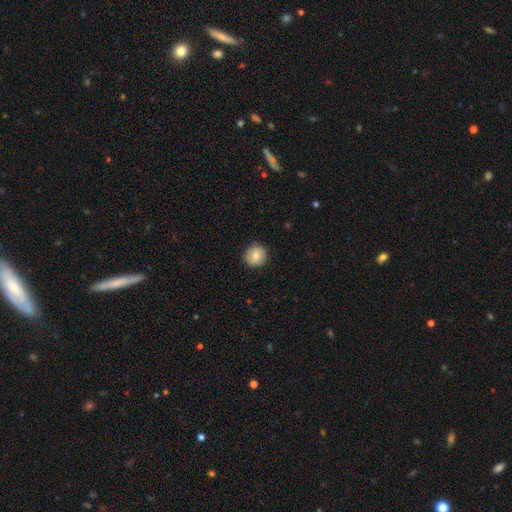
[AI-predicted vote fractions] Smooth or featured?
  - smooth: 78% *
  - featured or disk: 14%
  - star or artifact: 8%
How rounded?
  - round: 93% *
  - in between: 6%
  - cigar-shaped: 1%
Merging?
  - none: 88% *
  - minor disturbance: 9%
  - major disturbance: 2%
  - merger: 1%